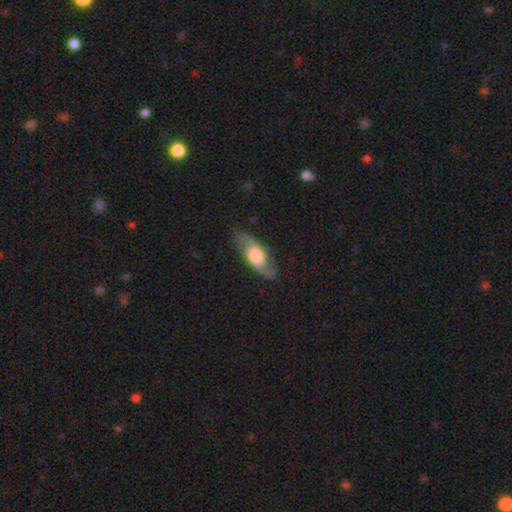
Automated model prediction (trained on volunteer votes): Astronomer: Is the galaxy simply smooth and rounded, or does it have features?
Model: featured or disk — 61%.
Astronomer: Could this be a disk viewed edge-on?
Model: no — 67%.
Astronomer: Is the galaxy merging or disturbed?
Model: none — 81%.